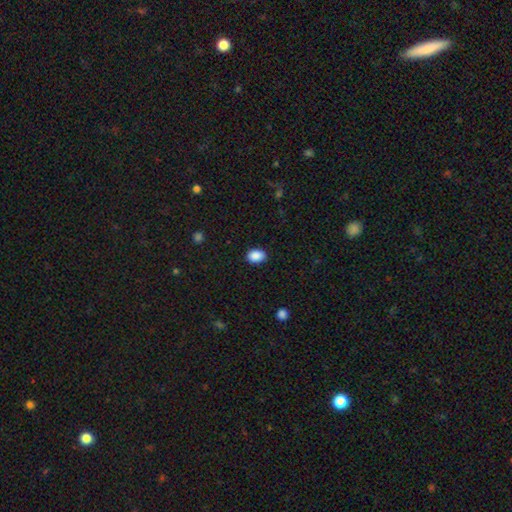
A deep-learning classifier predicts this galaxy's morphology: type=smooth (89%); roundness=in between (77%); merging=none (86%).